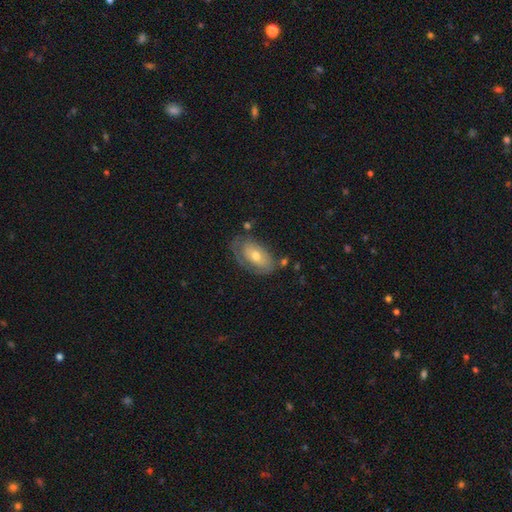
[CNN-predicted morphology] smooth-or-featured: featured or disk: 51% | smooth: 43% | star or artifact: 6%
  disk-edge-on: no: 91% | yes: 9%
  merging: none: 53% | minor disturbance: 27% | major disturbance: 15% | merger: 5%